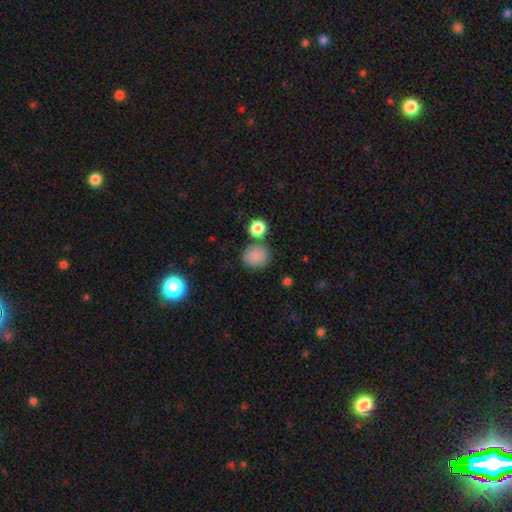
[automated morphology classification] Smooth or featured?
  - smooth: 85% *
  - star or artifact: 10%
  - featured or disk: 5%
How rounded?
  - round: 71% *
  - in between: 28%
  - cigar-shaped: 1%
Merging?
  - none: 71% *
  - minor disturbance: 13%
  - merger: 12%
  - major disturbance: 4%